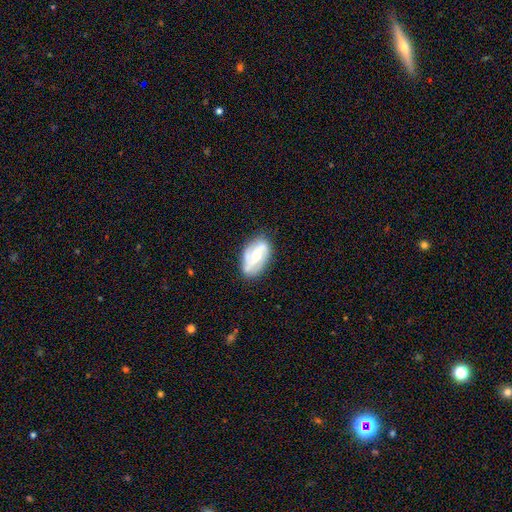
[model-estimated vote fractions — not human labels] Morphology: type=featured or disk (77%); edge-on=no (97%); bar=weak (42%, tied with no); spiral arms=yes (94%); winding=medium (46%); arm count=2 (52%); bulge=moderate (49%); merging=none (73%).